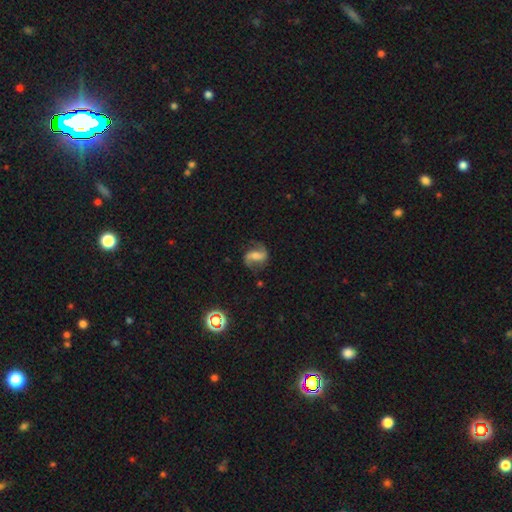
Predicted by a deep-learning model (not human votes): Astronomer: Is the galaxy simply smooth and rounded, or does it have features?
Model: featured or disk — 80%.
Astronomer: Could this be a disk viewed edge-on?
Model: no — 97%.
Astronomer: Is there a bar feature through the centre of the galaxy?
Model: weak — 39% (runner-up: strong, 38%).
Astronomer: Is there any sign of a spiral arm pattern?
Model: yes — 96%.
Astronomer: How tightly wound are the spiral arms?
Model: loose — 47% (runner-up: medium, 41%).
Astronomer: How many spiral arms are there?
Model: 2 — 92%.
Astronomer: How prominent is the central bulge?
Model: moderate — 35% (runner-up: small, 33%).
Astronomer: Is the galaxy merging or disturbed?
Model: none — 77%.